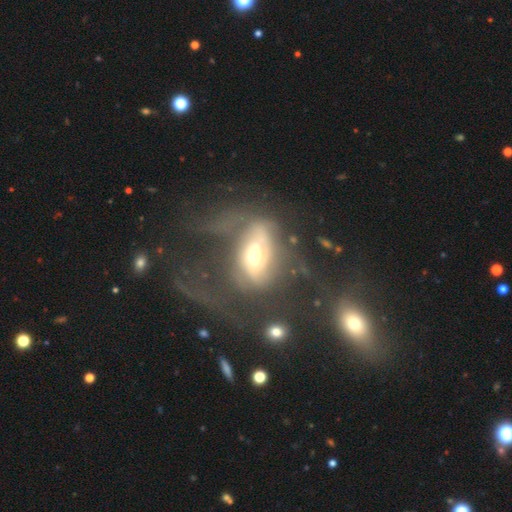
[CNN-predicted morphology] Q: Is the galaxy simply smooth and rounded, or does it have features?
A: featured or disk — 64%.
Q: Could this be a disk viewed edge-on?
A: no — 92%.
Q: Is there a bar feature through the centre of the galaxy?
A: no — 66%.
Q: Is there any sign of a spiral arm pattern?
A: yes — 51%.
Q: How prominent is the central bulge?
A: moderate — 63%.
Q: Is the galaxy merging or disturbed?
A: major disturbance — 58%.